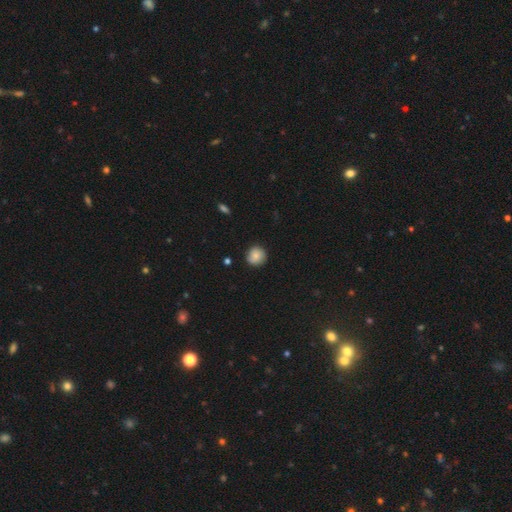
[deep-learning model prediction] smooth 85%, star or artifact 9%, featured or disk 7%. Down the decision tree: how rounded — round (92%); merging — none (86%).